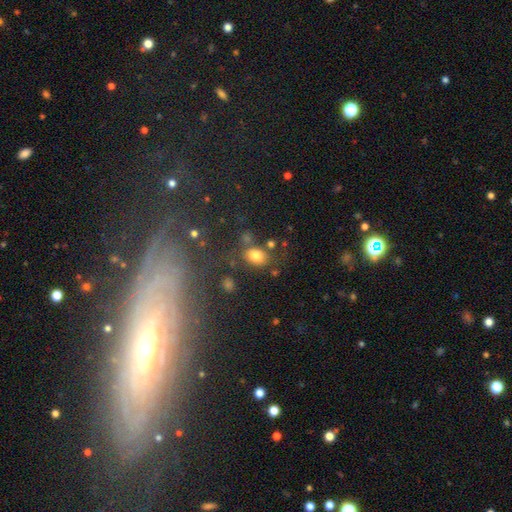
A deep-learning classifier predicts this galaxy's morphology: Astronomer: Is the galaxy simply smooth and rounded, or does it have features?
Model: smooth — 77%.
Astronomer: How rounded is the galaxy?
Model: in between — 66%.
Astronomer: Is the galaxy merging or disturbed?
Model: none — 66%.